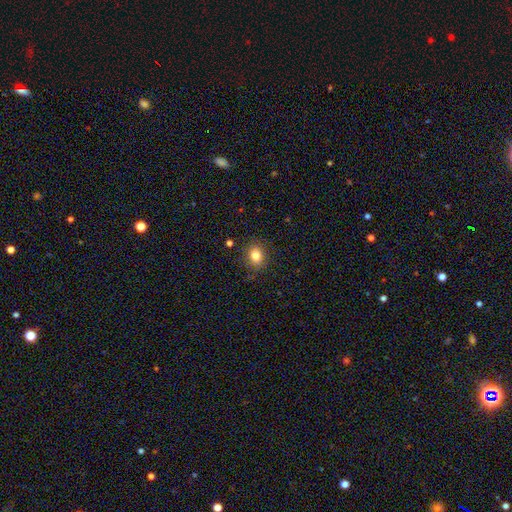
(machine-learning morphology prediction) Smooth or featured?
  - smooth: 82% *
  - star or artifact: 11%
  - featured or disk: 7%
How rounded?
  - round: 56% *
  - in between: 43%
  - cigar-shaped: 1%
Merging?
  - none: 86% *
  - minor disturbance: 10%
  - major disturbance: 3%
  - merger: 1%